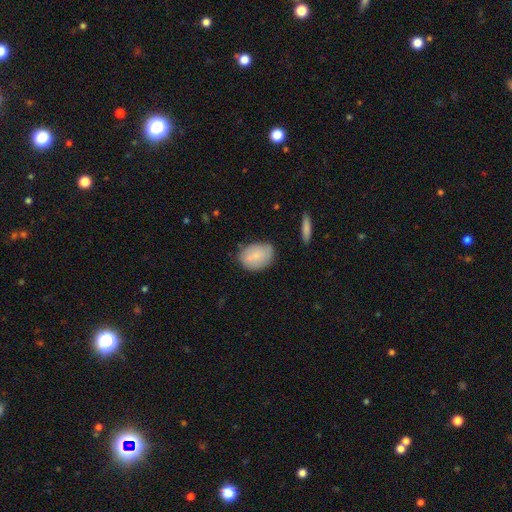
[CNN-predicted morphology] A smooth galaxy with no disk features (80%) that is in between round and cigar-shaped (73%).

Vote fractions:
- Smooth or featured? smooth: 80% / featured or disk: 14% / star or artifact: 6%
- How rounded? in between: 73% / round: 25% / cigar-shaped: 1%
- Merging? none: 70% / minor disturbance: 22% / major disturbance: 4% / merger: 4%